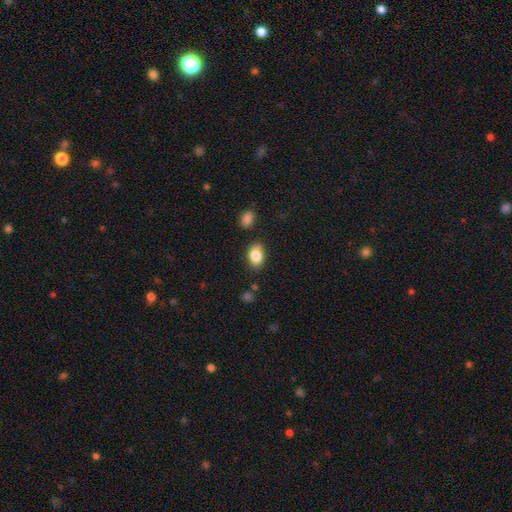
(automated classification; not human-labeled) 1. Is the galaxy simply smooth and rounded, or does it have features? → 84% smooth, 8% star or artifact, 7% featured or disk.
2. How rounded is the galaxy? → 77% in between, 22% round, 1% cigar-shaped.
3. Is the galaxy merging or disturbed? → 80% none, 13% minor disturbance, 4% merger, 3% major disturbance.